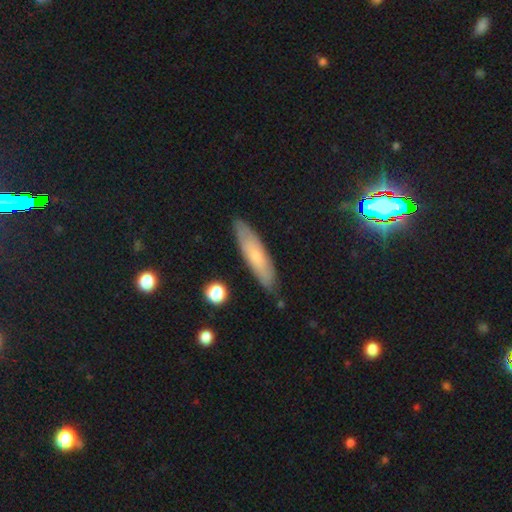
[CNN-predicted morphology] Overall: smooth (62%; featured or disk 32%). How rounded: cigar-shaped (74%). Merging: none (85%).